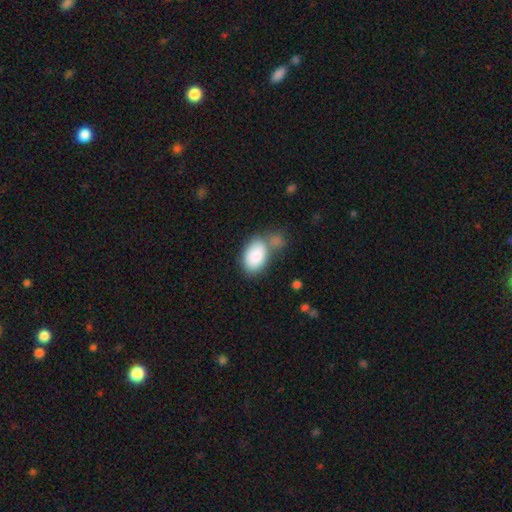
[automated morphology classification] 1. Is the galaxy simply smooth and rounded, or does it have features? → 87% smooth, 7% featured or disk, 6% star or artifact.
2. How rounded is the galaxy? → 92% in between, 7% round, 1% cigar-shaped.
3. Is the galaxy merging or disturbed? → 48% none, 26% merger, 18% minor disturbance, 7% major disturbance.